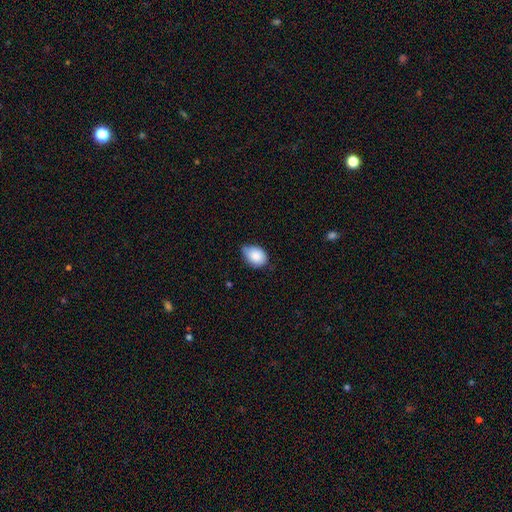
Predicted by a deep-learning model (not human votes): Smooth or featured? smooth (86%)
How rounded? in between (75%)
Merging? none (52%)